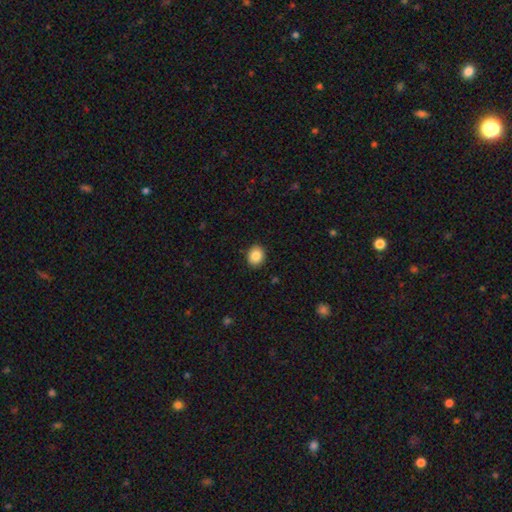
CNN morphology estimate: Smooth or featured?
  - smooth: 87% *
  - star or artifact: 8%
  - featured or disk: 5%
How rounded?
  - round: 56% *
  - in between: 43%
  - cigar-shaped: 1%
Merging?
  - none: 90% *
  - minor disturbance: 7%
  - major disturbance: 2%
  - merger: 1%